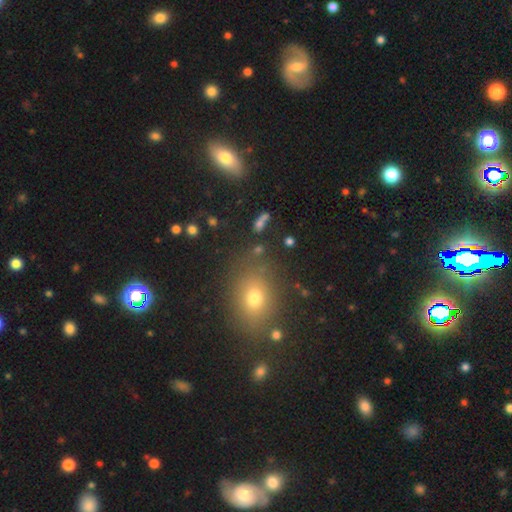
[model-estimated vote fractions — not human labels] Q: Smooth or featured?
A: smooth (61%); runner-up: star or artifact (25%)
Q: How rounded?
A: in between (63%); runner-up: round (34%)
Q: Merging?
A: none (81%); runner-up: minor disturbance (11%)